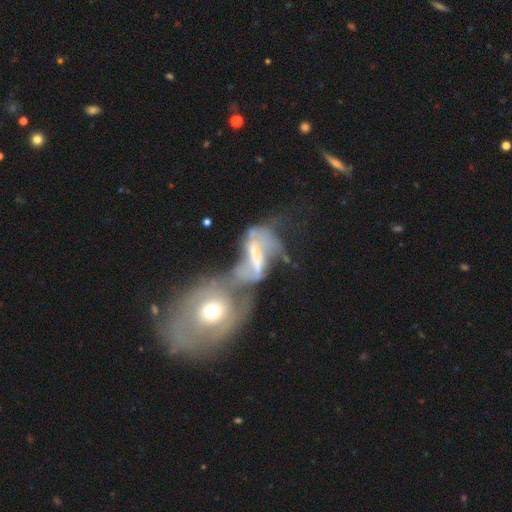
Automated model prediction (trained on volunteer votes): featured or disk 67%, smooth 21%, star or artifact 11%. Down the decision tree: edge-on disk — no (94%); bar — no (40%); spiral arms — yes (56%); bulge size — moderate (42%); merging — merger (66%).